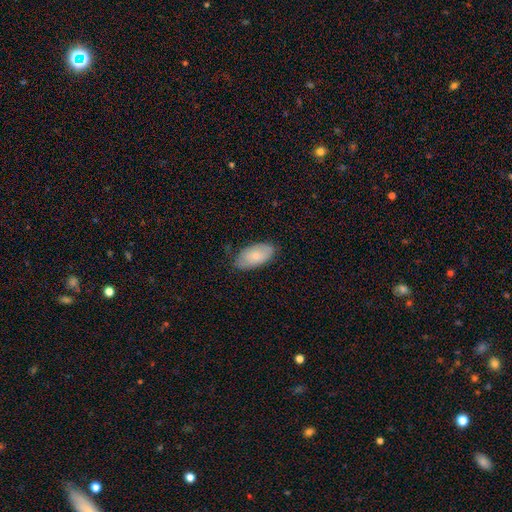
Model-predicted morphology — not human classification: A smooth galaxy with no disk features (71%) that is in between round and cigar-shaped (94%). Merging: none (76%).